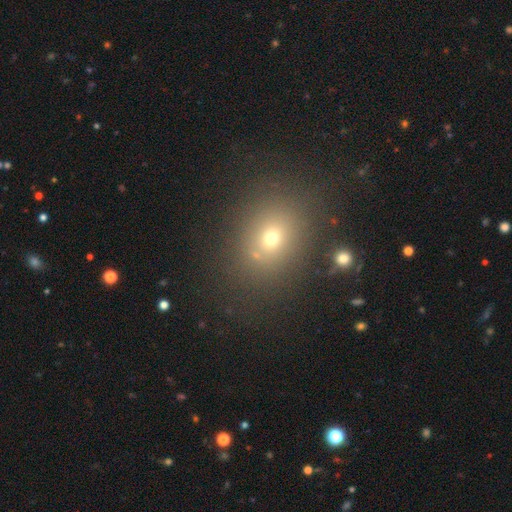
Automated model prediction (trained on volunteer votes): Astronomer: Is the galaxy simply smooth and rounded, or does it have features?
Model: smooth — 62%.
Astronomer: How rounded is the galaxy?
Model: round — 56% (runner-up: in between, 43%).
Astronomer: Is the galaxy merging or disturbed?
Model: none — 78%.